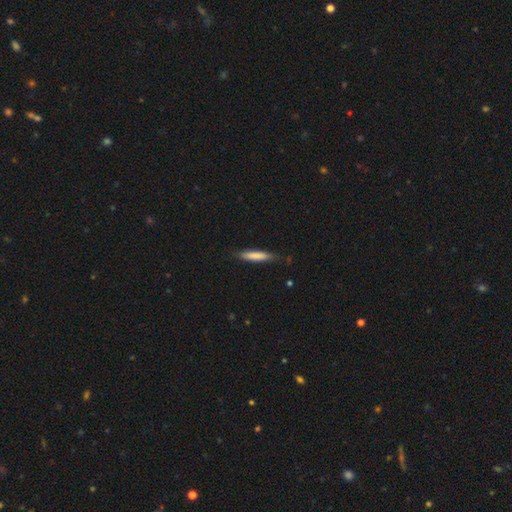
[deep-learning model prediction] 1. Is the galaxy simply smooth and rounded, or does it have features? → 78% smooth, 16% featured or disk, 5% star or artifact.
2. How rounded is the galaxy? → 89% cigar-shaped, 10% in between, 1% round.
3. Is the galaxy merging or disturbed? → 83% none, 14% minor disturbance, 2% major disturbance, 1% merger.